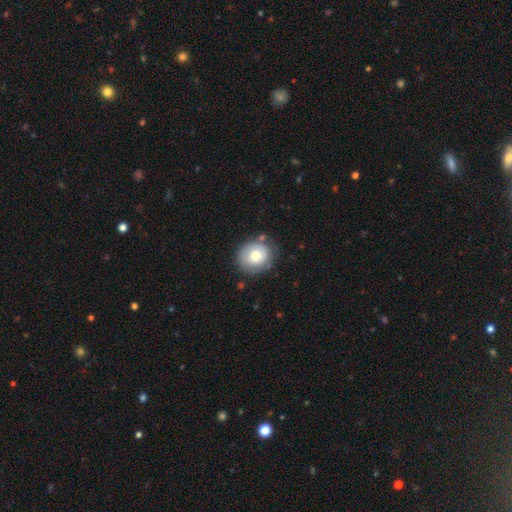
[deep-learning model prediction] Overall: smooth (67%). How rounded: round (81%). Merging: none (73%).